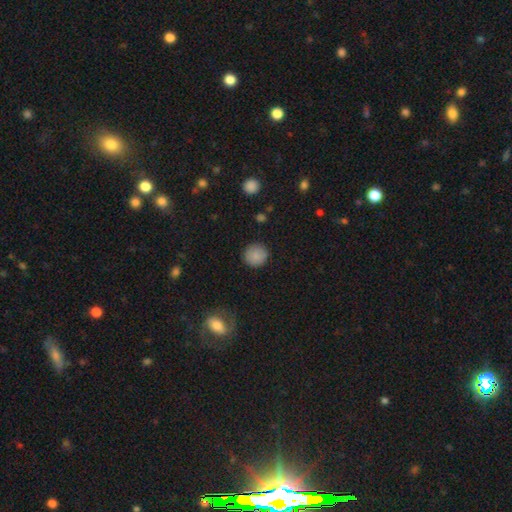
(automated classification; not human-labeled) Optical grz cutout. It shows a smooth galaxy with no disk features (86%) that is round (93%). Merging: none (89%).